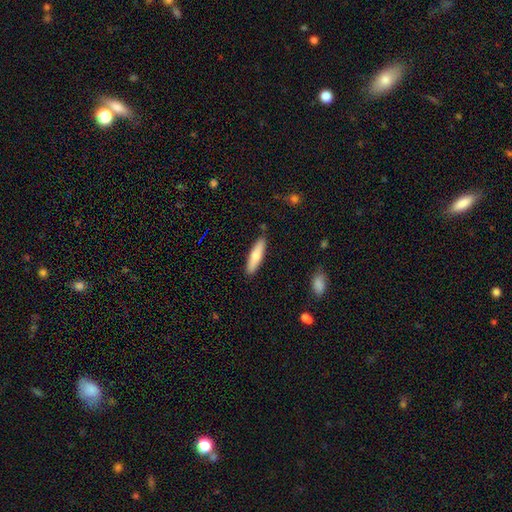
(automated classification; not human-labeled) smooth_or_featured: smooth (p=0.69) [alt: featured or disk p=0.26]
how_rounded: cigar-shaped (p=0.72) [alt: in between p=0.26]
merging: none (p=0.88) [alt: minor disturbance p=0.09]